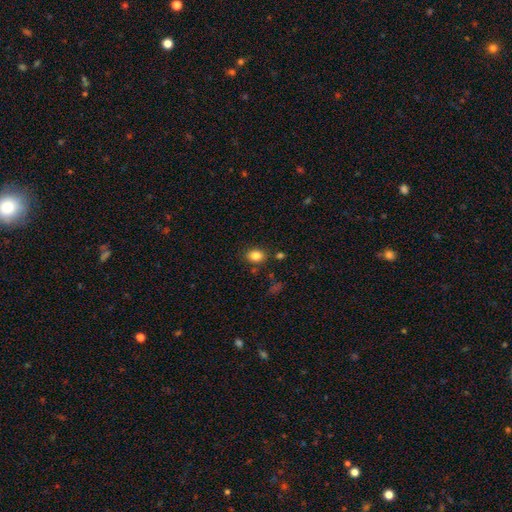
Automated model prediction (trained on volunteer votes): smooth 84%, star or artifact 10%, featured or disk 6%. Down the decision tree: how rounded — in between (66%); merging — none (81%).